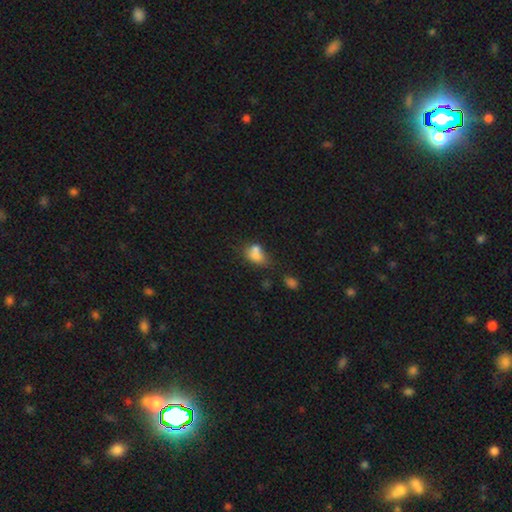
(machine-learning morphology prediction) Smooth or featured?
  - smooth: 73% *
  - featured or disk: 15%
  - star or artifact: 12%
How rounded?
  - in between: 70% *
  - round: 28%
  - cigar-shaped: 2%
Merging?
  - merger: 44% *
  - none: 27%
  - minor disturbance: 18%
  - major disturbance: 10%